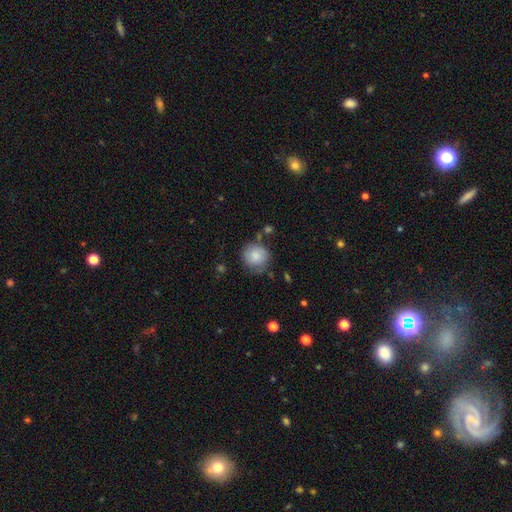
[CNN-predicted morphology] Q: Smooth or featured?
A: smooth (77%); runner-up: featured or disk (16%)
Q: How rounded?
A: round (87%); runner-up: in between (12%)
Q: Merging?
A: none (70%); runner-up: minor disturbance (20%)